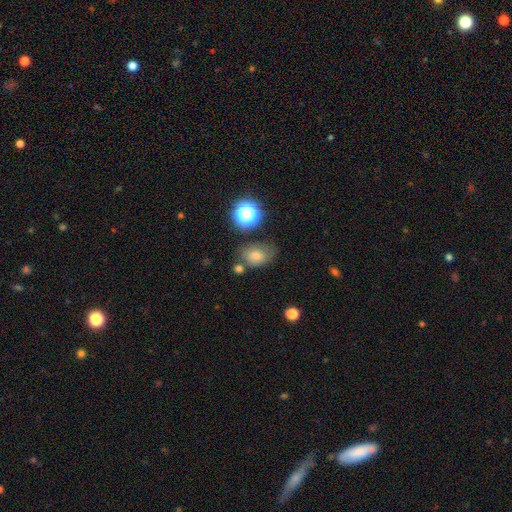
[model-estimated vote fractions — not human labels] Overall: smooth (62%; star or artifact 22%). How rounded: in between (72%). Merging: none (63%).